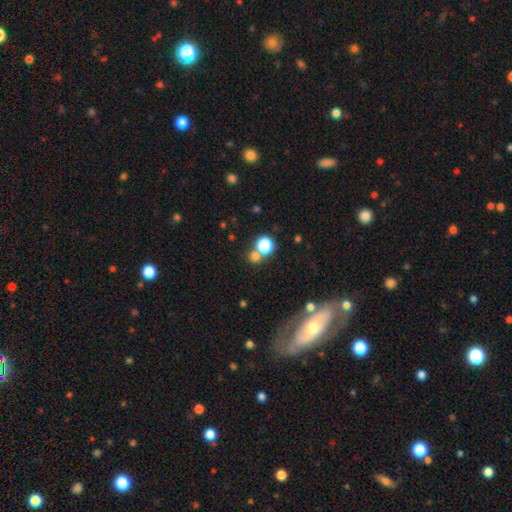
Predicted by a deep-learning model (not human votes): A smooth galaxy with no disk features (71%) that is round (87%).

Vote fractions:
- Smooth or featured? smooth: 71% / star or artifact: 22% / featured or disk: 7%
- How rounded? round: 87% / in between: 12% / cigar-shaped: 1%
- Merging? none: 59% / merger: 30% / minor disturbance: 7% / major disturbance: 4%